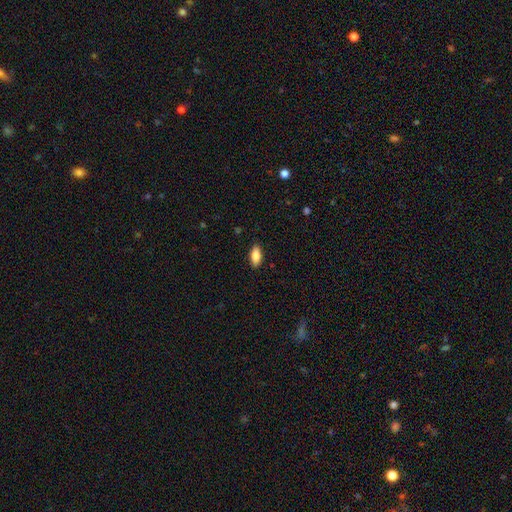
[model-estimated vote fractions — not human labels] Morphology: type=smooth (84%); roundness=in between (88%); merging=none (87%).